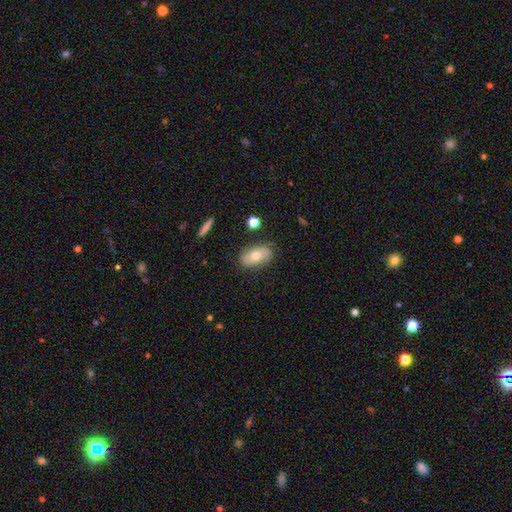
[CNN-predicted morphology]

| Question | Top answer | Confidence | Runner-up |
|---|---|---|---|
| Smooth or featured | smooth | 62% | featured or disk (30%) |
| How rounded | in between | 89% | round (7%) |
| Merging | none | 80% | minor disturbance (15%) |